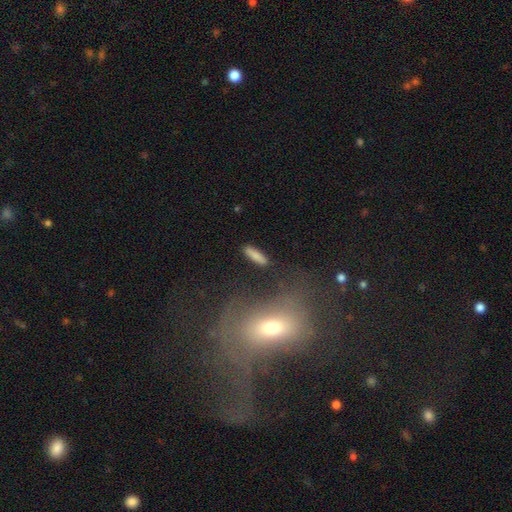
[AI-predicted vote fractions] Q: Smooth or featured?
A: smooth (82%); runner-up: featured or disk (11%)
Q: How rounded?
A: cigar-shaped (69%); runner-up: in between (29%)
Q: Merging?
A: none (85%); runner-up: minor disturbance (10%)